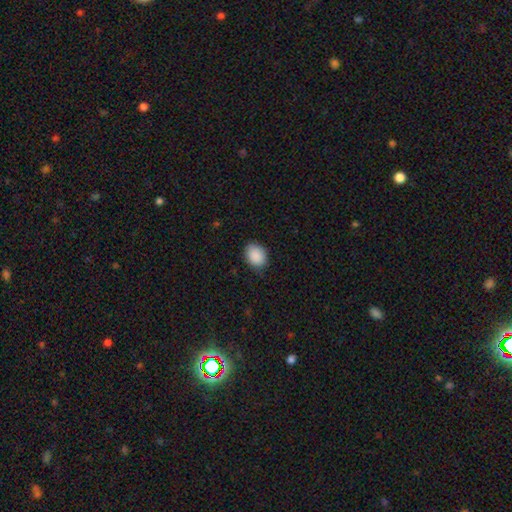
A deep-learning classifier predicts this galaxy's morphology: A smooth galaxy with no disk features (90%) that is in between round and cigar-shaped (61%). Merging: none (79%).